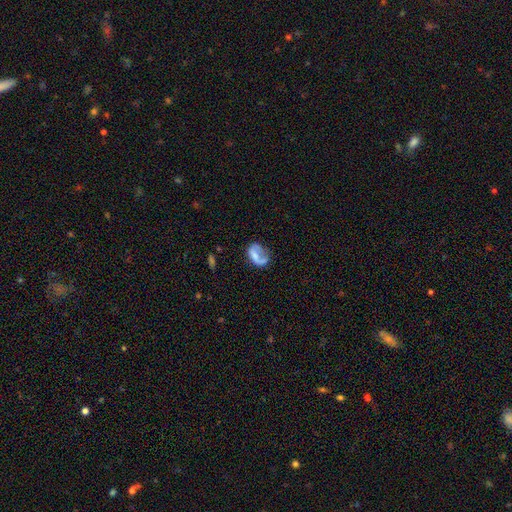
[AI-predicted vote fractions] Morphology: type=smooth (47%); merging=major disturbance (40%).